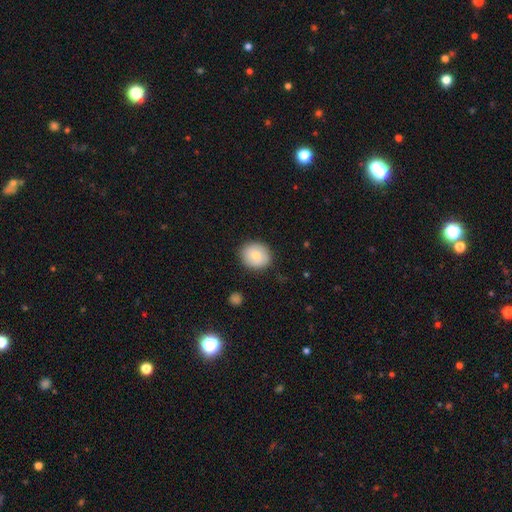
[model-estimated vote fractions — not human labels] smooth 80%, featured or disk 13%, star or artifact 8%. Down the decision tree: how rounded — round (77%); merging — none (85%).